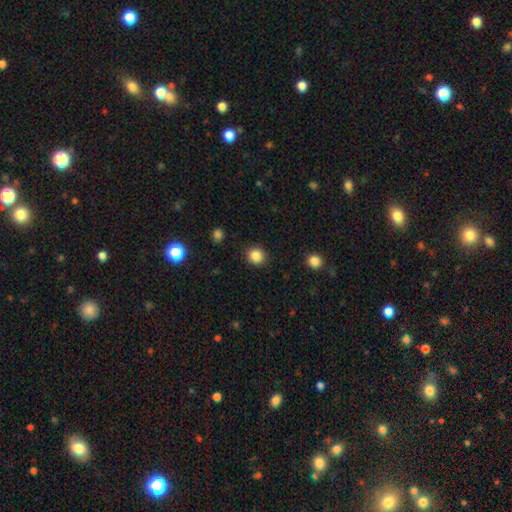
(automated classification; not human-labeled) Smooth or featured? Predicted: smooth (p=0.86). How rounded? Predicted: round (p=0.89). Merging? Predicted: none (p=0.90).